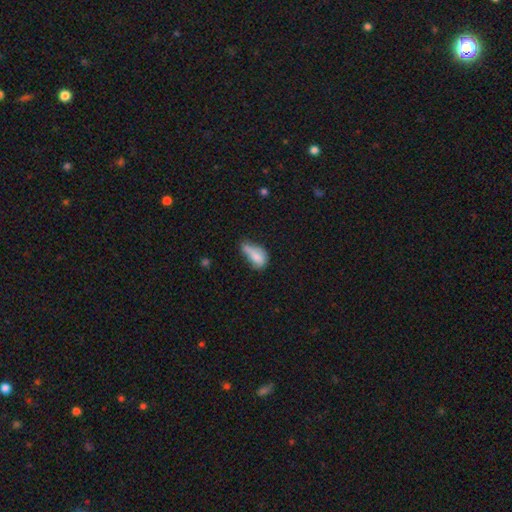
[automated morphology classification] Smooth or featured? Predicted: smooth (p=0.72). How rounded? Predicted: in between (p=0.83). Merging? Predicted: minor disturbance (p=0.35).